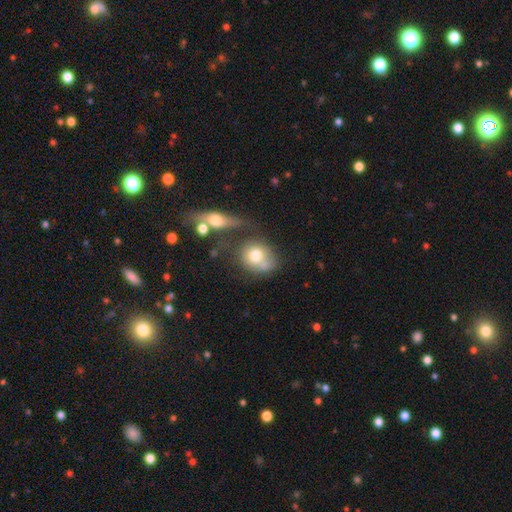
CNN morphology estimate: smooth 70%, featured or disk 21%, star or artifact 9%. Down the decision tree: how rounded — round (62%); merging — merger (34%, tied with none).